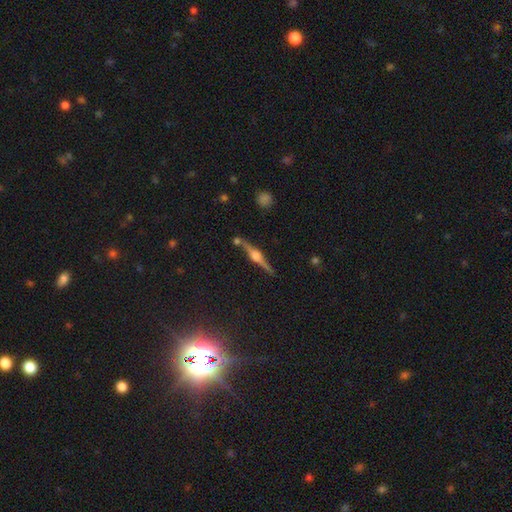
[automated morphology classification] Smooth or featured? Predicted: featured or disk (p=0.83). Edge-on disk? Predicted: yes (p=0.98). Edge-on bulge? Predicted: rounded (p=0.90). Merging? Predicted: none (p=0.83).